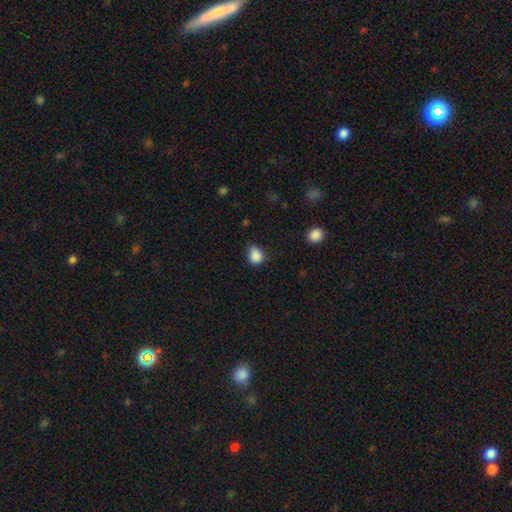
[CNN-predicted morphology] smooth 87%, star or artifact 10%, featured or disk 4%. Down the decision tree: how rounded — round (52%); merging — none (64%).